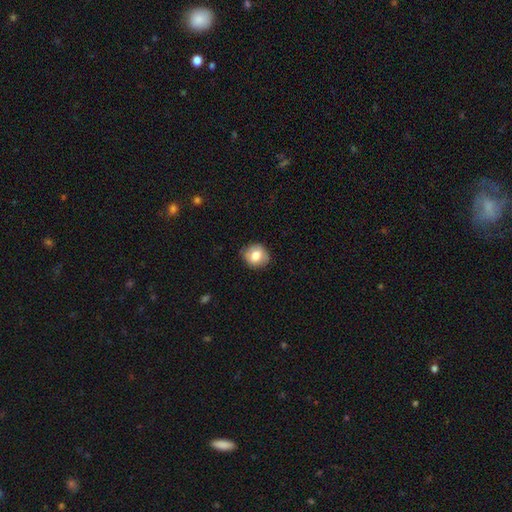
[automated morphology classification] Smooth or featured? smooth (75%)
How rounded? round (80%)
Merging? none (82%)